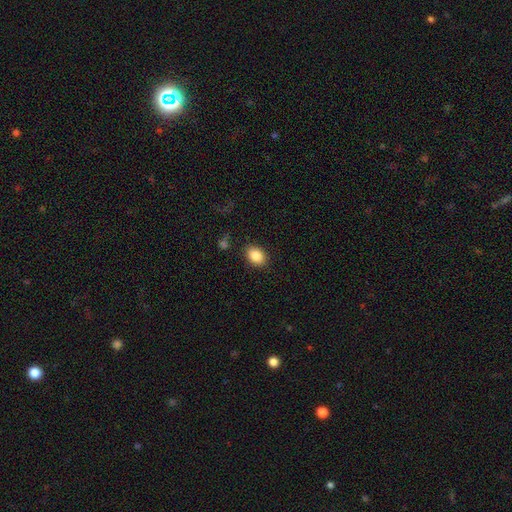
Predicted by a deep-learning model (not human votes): This appears to be a smooth galaxy with no disk features (87%) that is in between round and cigar-shaped (79%). Merging: none (86%).